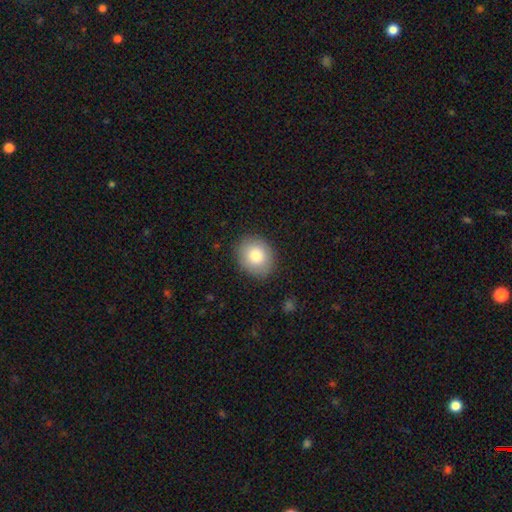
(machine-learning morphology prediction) Smooth or featured? smooth (81%)
How rounded? round (69%)
Merging? none (87%)